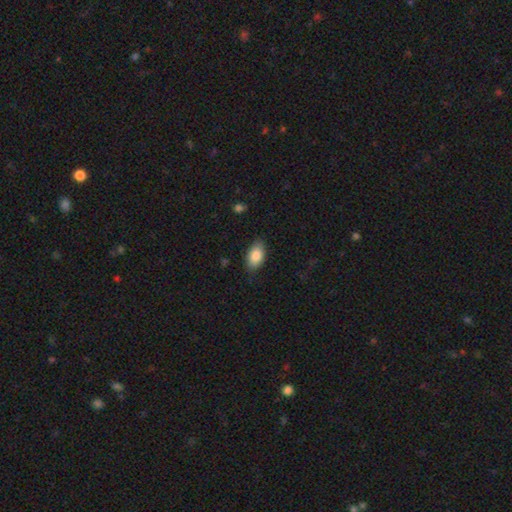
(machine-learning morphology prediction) Overall: smooth (87%). How rounded: in between (94%). Merging: none (84%).